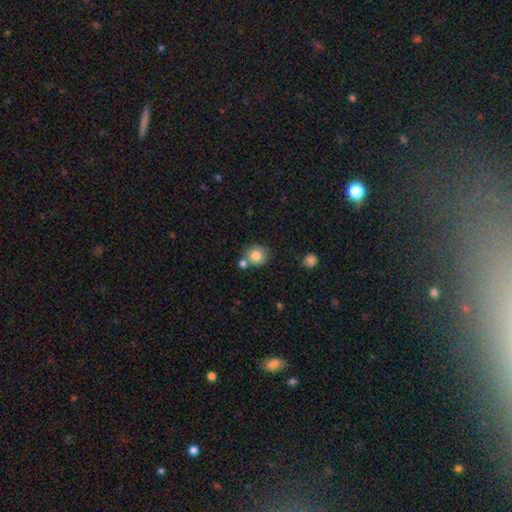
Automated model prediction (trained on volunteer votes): smooth_or_featured: smooth (p=0.82) [alt: star or artifact p=0.10]
how_rounded: round (p=0.89) [alt: in between p=0.10]
merging: none (p=0.65) [alt: merger p=0.22]